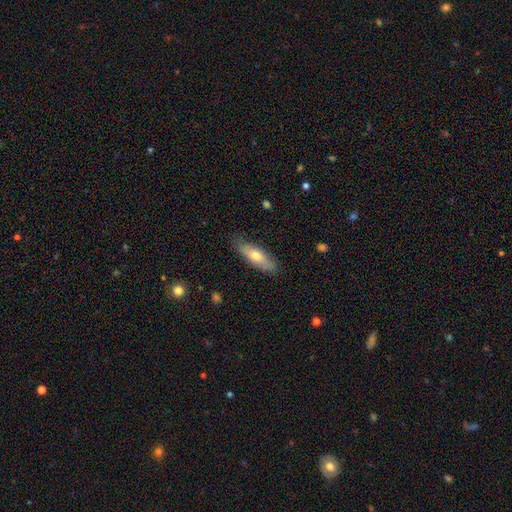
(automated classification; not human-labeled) Smooth or featured? smooth (64%)
How rounded? in between (55%)
Merging? none (82%)